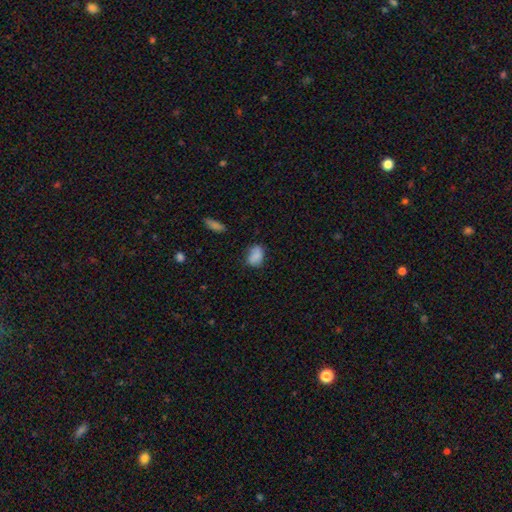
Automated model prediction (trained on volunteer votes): Q: Smooth or featured?
A: smooth (83%); runner-up: star or artifact (9%)
Q: How rounded?
A: in between (76%); runner-up: round (22%)
Q: Merging?
A: none (61%); runner-up: minor disturbance (29%)